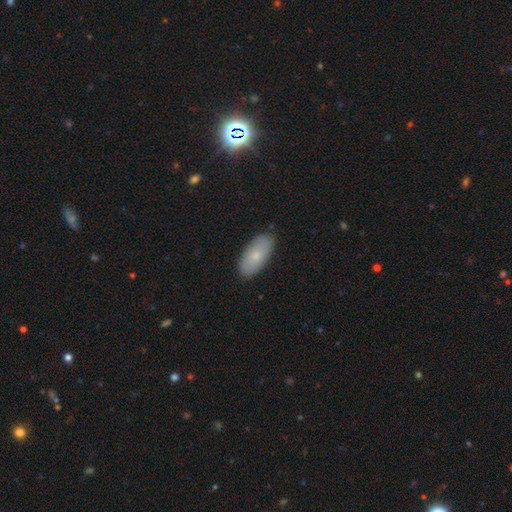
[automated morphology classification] Smooth or featured?
  - smooth: 73% *
  - featured or disk: 20%
  - star or artifact: 7%
How rounded?
  - in between: 91% *
  - cigar-shaped: 7%
  - round: 3%
Merging?
  - none: 87% *
  - minor disturbance: 10%
  - major disturbance: 2%
  - merger: 1%